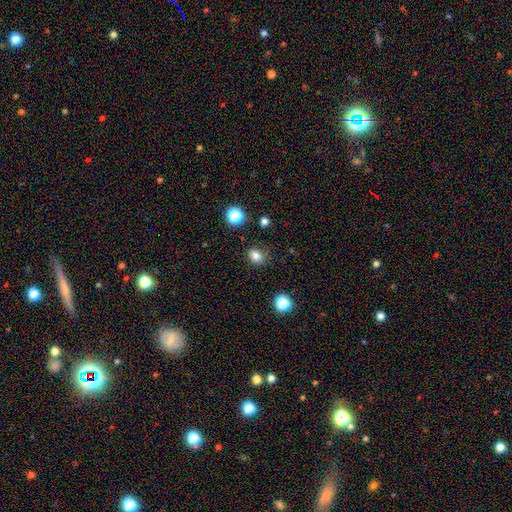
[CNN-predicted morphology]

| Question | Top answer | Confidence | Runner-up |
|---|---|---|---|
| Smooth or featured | smooth | 80% | star or artifact (14%) |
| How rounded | round | 51% | in between (48%) |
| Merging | none | 78% | minor disturbance (15%) |